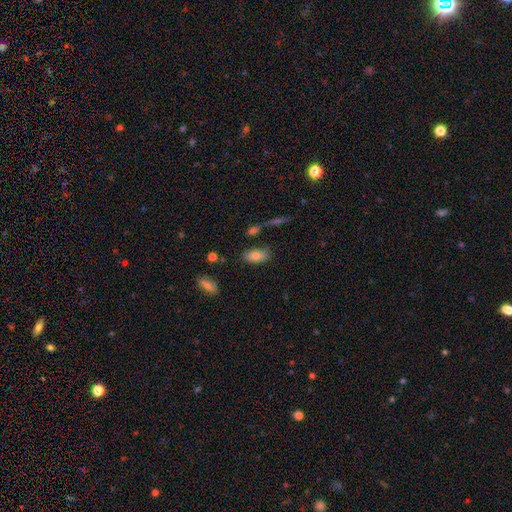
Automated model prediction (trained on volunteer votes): This is likely a smooth galaxy (80%). How rounded: clearly in between (92%). Merging: likely none (77%).